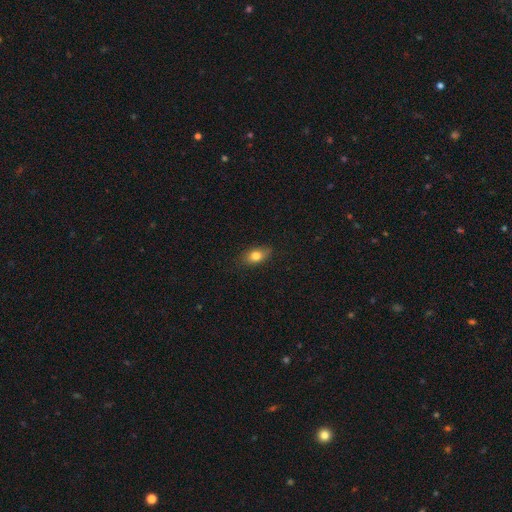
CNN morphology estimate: A smooth galaxy with no disk features (80%) that is in between round and cigar-shaped (83%). Merging: none (82%).